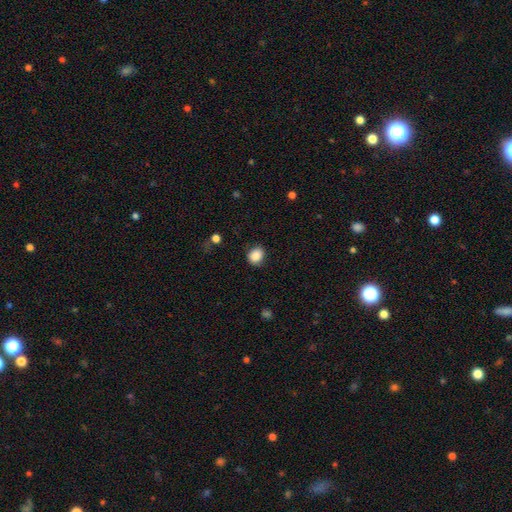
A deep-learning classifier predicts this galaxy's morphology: Smooth or featured? smooth (87%)
How rounded? round (61%)
Merging? none (83%)